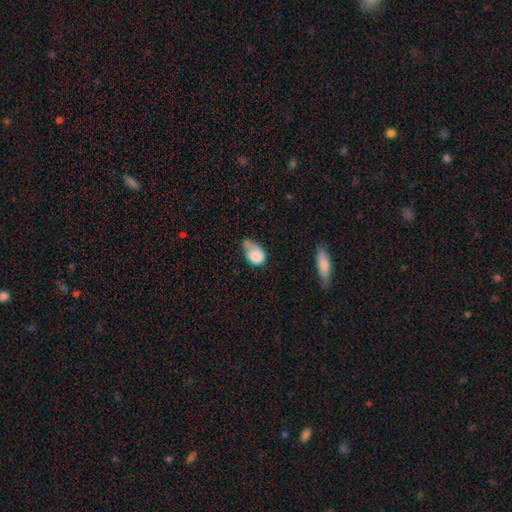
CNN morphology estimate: Q: Smooth or featured?
A: smooth (76%); runner-up: featured or disk (17%)
Q: How rounded?
A: in between (81%); runner-up: round (17%)
Q: Merging?
A: minor disturbance (38%); runner-up: major disturbance (25%)